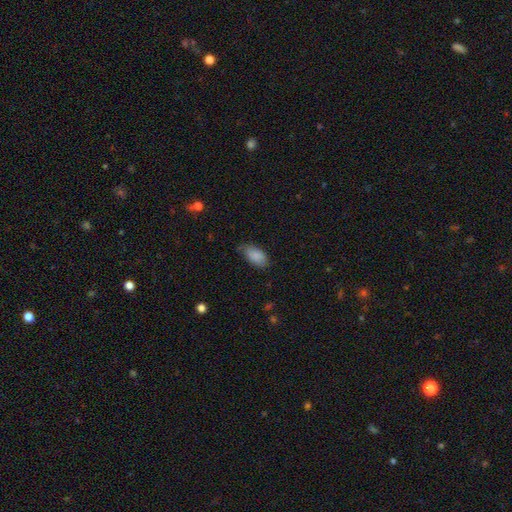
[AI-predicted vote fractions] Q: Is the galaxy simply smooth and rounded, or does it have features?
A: smooth — 88%.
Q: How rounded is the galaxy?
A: in between — 94%.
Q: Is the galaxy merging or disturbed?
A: none — 63%.